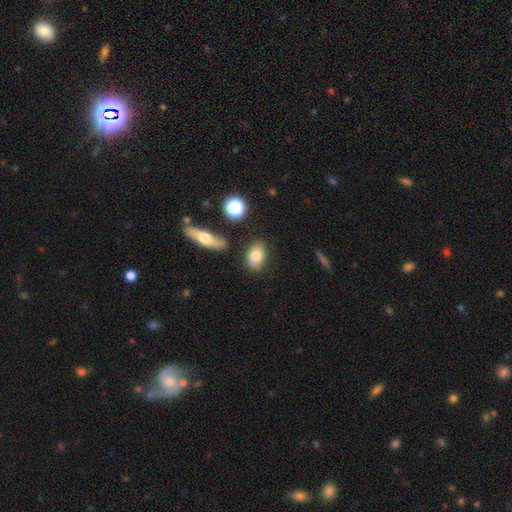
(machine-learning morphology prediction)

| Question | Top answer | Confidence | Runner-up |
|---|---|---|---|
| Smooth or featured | smooth | 78% | featured or disk (13%) |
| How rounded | in between | 85% | round (13%) |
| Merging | none | 81% | minor disturbance (11%) |